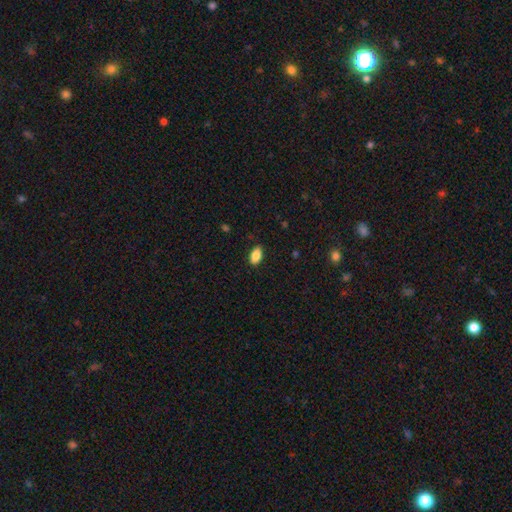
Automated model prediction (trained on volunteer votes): Smooth or featured? Predicted: smooth (p=0.87). How rounded? Predicted: in between (p=0.92). Merging? Predicted: none (p=0.87).